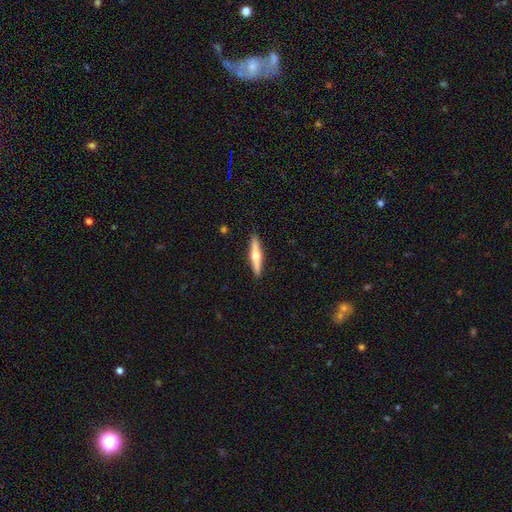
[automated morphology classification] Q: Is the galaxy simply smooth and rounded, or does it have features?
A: featured or disk — 52%.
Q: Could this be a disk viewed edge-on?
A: yes — 96%.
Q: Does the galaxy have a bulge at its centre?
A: rounded — 92%.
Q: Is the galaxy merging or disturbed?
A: none — 91%.